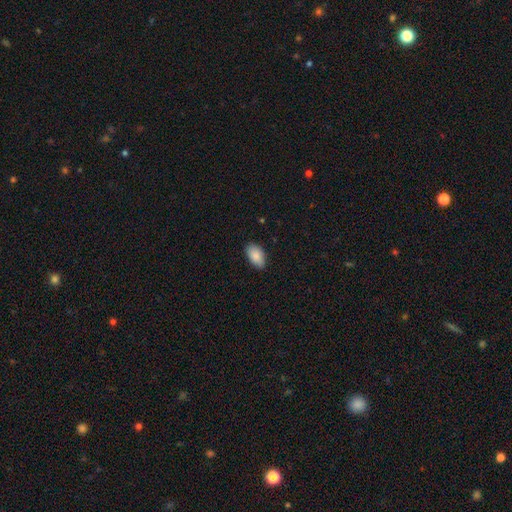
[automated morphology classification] smooth-or-featured: smooth: 88% | star or artifact: 6% | featured or disk: 5%
  how-rounded: in between: 94% | round: 4% | cigar-shaped: 2%
  merging: none: 86% | minor disturbance: 11% | major disturbance: 2% | merger: 1%